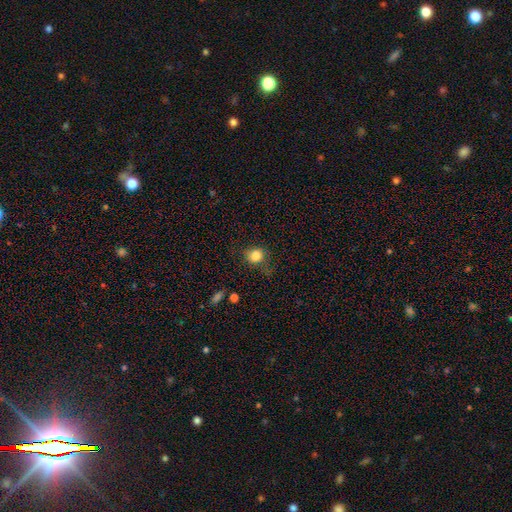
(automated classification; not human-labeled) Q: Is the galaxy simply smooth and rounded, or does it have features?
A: smooth — 82%.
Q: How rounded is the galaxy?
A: round — 79%.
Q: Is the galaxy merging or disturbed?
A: none — 70%.